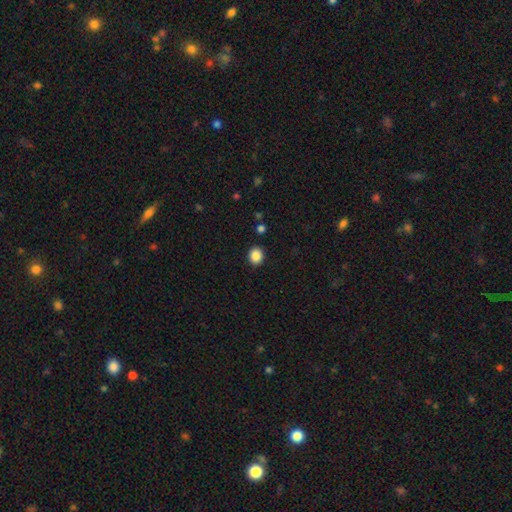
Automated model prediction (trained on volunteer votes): Overall: smooth (87%). How rounded: round (70%). Merging: none (90%).